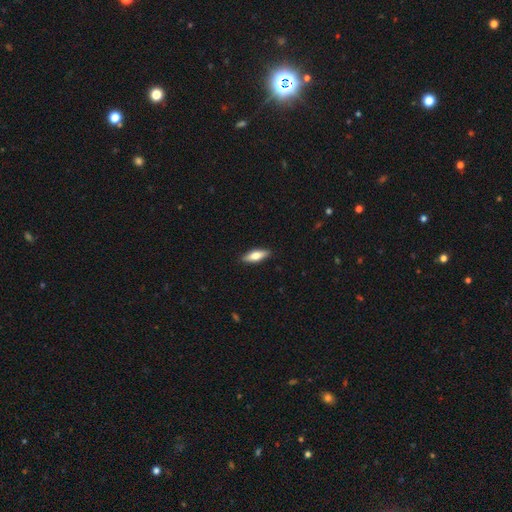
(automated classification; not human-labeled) Overall: smooth (64%; featured or disk 30%). How rounded: in between (59%; cigar-shaped 38%). Merging: none (89%).